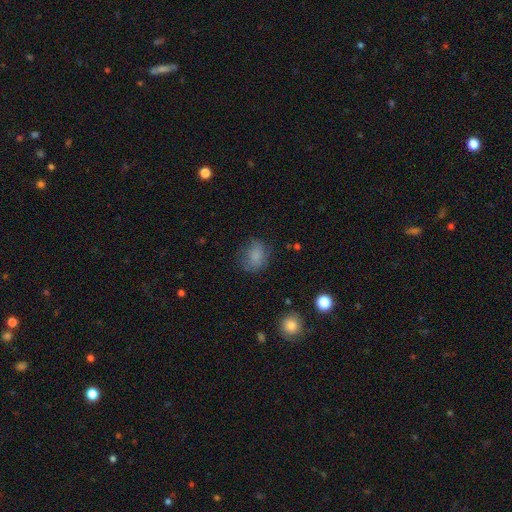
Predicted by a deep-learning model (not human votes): A smooth galaxy with no disk features (80%) that is in between round and cigar-shaped (53%). Merging: none (66%).